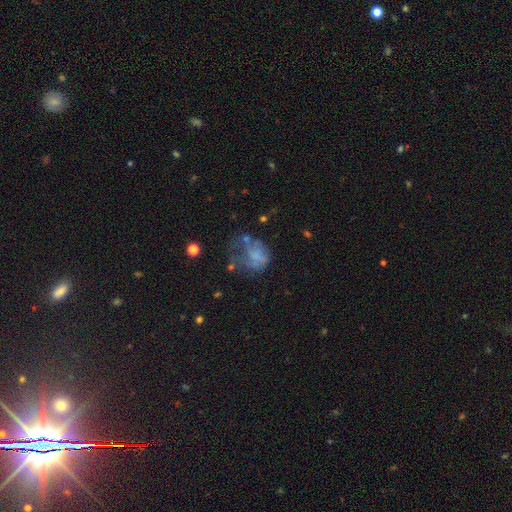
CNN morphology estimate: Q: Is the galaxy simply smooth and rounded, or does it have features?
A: smooth — 49%.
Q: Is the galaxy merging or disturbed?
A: major disturbance — 47%.